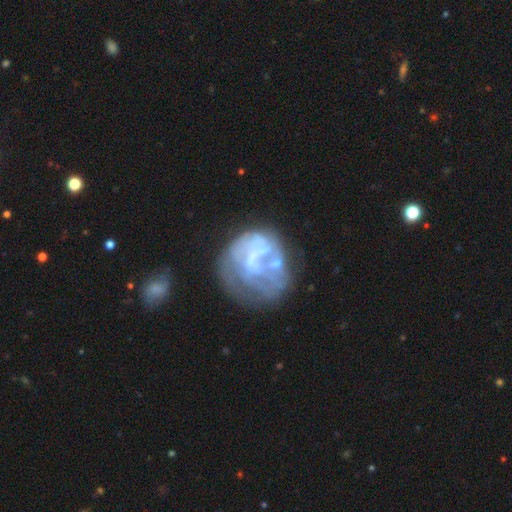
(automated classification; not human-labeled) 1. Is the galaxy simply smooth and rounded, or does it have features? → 65% featured or disk, 24% smooth, 11% star or artifact.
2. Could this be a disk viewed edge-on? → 98% no, 2% yes.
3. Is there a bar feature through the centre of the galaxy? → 76% no, 18% weak, 7% strong.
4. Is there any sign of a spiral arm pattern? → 72% no, 28% yes.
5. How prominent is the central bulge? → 64% none, 19% small, 13% moderate, 3% large, 1% dominant.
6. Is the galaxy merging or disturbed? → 42% none, 30% major disturbance, 20% minor disturbance, 9% merger.